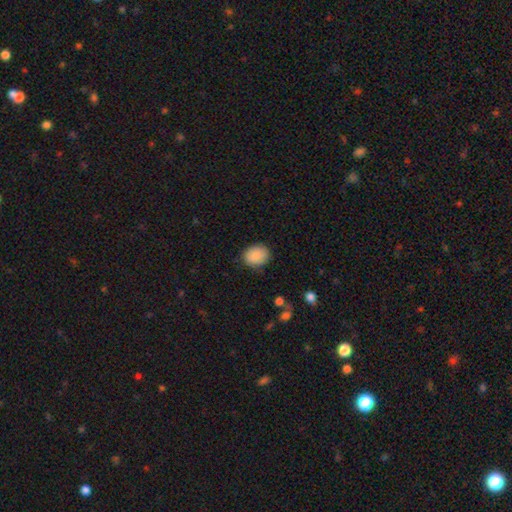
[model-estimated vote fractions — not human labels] A smooth galaxy with no disk features (88%) that is round (54%).

Vote fractions:
- Smooth or featured? smooth: 88% / star or artifact: 7% / featured or disk: 5%
- How rounded? round: 54% / in between: 46% / cigar-shaped: 1%
- Merging? none: 84% / minor disturbance: 12% / major disturbance: 3% / merger: 1%